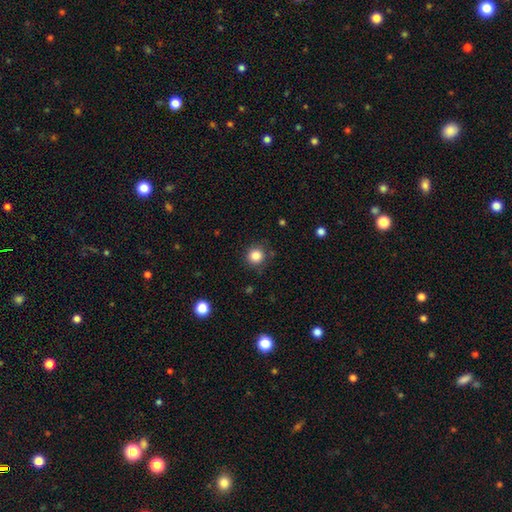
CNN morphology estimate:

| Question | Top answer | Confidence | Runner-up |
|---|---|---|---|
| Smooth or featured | smooth | 84% | star or artifact (11%) |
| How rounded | round | 92% | in between (7%) |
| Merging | none | 85% | minor disturbance (10%) |